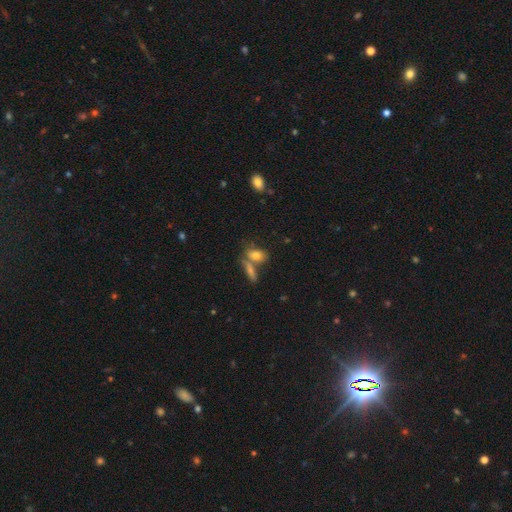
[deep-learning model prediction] smooth-or-featured: smooth: 77% | featured or disk: 14% | star or artifact: 10%
  how-rounded: in between: 76% | round: 12% | cigar-shaped: 12%
  merging: none: 44% | merger: 38% | minor disturbance: 12% | major disturbance: 5%